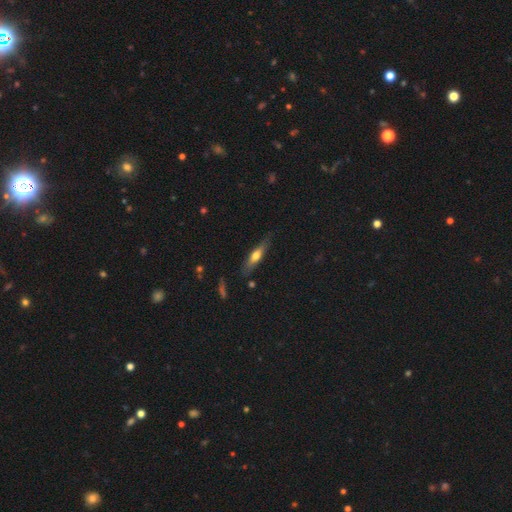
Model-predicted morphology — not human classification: Smooth or featured? Predicted: smooth (p=0.50). Merging? Predicted: none (p=0.79).